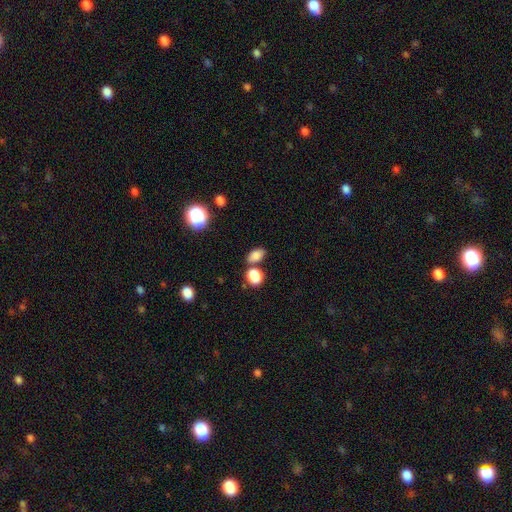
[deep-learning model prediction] smooth-or-featured: smooth: 82% | star or artifact: 12% | featured or disk: 7%
  how-rounded: in between: 81% | round: 17% | cigar-shaped: 2%
  merging: none: 63% | merger: 21% | minor disturbance: 12% | major disturbance: 4%